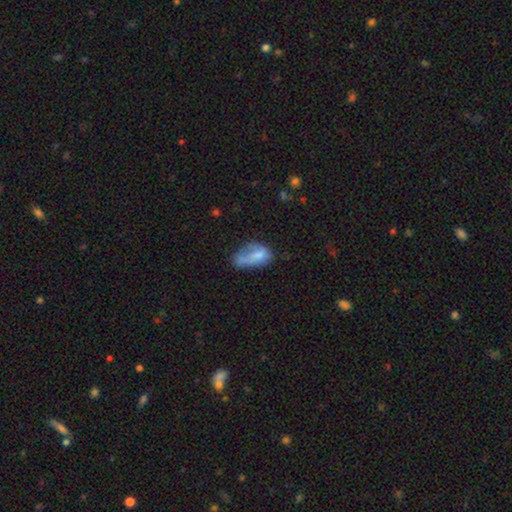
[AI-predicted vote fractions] Morphology: type=smooth (69%); roundness=in between (87%); merging=major disturbance (29%).